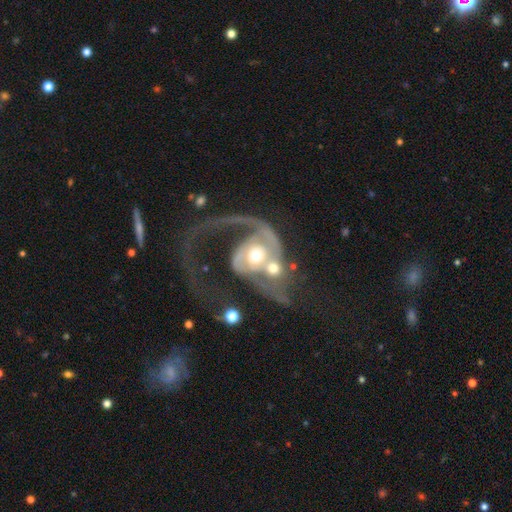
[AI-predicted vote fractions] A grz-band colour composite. It shows a featured or disk galaxy (80%) with no bar (67%), 2 (42%) loose (49%) spiral arms (85%) and a moderate central bulge (64%). Merging: merger (64%).